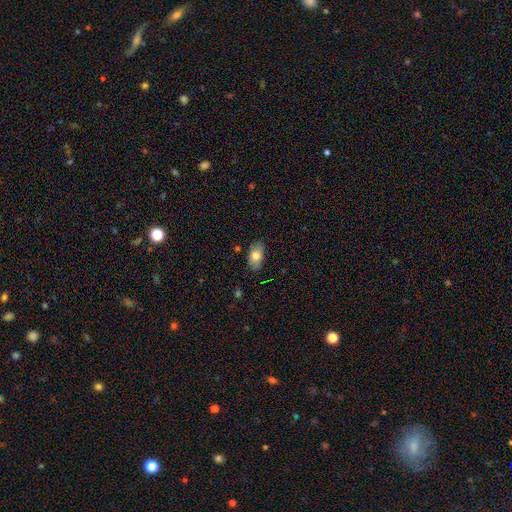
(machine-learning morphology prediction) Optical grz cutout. It shows a smooth galaxy with no disk features (79%) that is in between round and cigar-shaped (91%). Merging: none (79%).